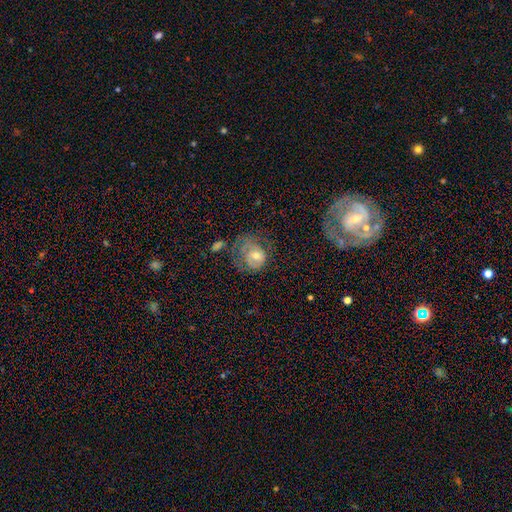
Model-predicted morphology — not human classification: Smooth or featured?
  - featured or disk: 53% *
  - smooth: 37%
  - star or artifact: 11%
Edge-on disk?
  - no: 96% *
  - yes: 4%
Bar?
  - no: 66% *
  - weak: 27%
  - strong: 7%
Spiral arms?
  - yes: 60% *
  - no: 40%
Bulge size?
  - moderate: 62% *
  - small: 29%
  - large: 5%
  - none: 2%
  - dominant: 1%
Merging?
  - none: 42% *
  - major disturbance: 29%
  - minor disturbance: 23%
  - merger: 6%